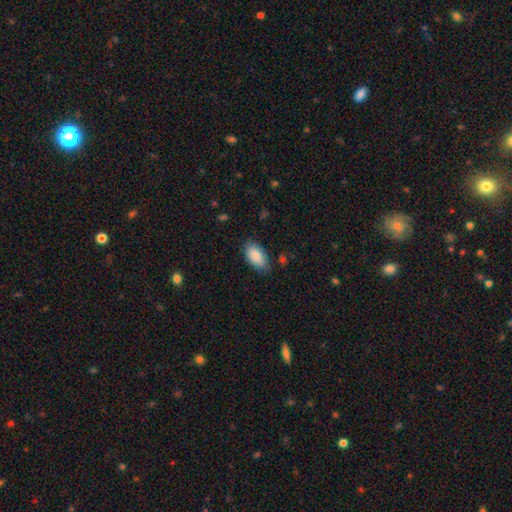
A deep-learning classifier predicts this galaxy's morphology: This appears to be a smooth galaxy with no disk features (87%) that is in between round and cigar-shaped (94%). Merging: none (76%).